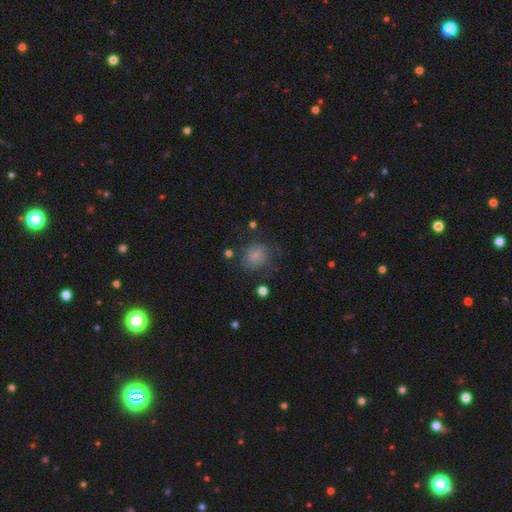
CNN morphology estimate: Smooth or featured? smooth (65%)
How rounded? round (66%)
Merging? none (60%)